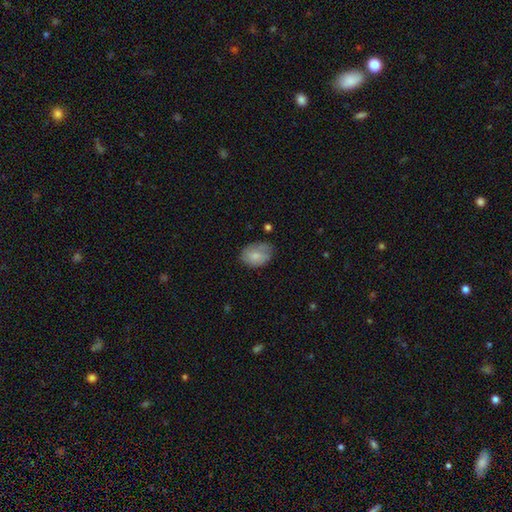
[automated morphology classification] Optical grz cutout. It shows a smooth galaxy with no disk features (78%) that is in between round and cigar-shaped (74%). Merging: none (61%).